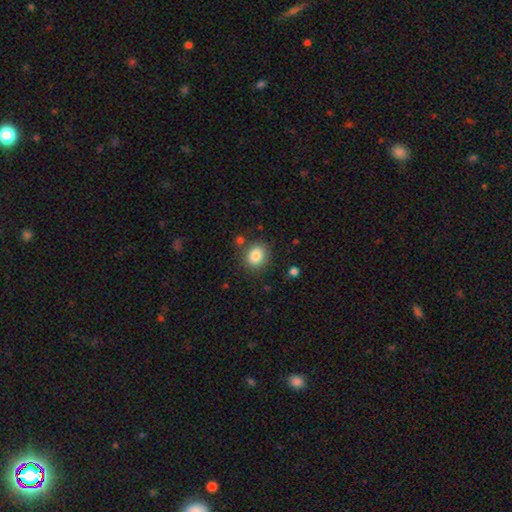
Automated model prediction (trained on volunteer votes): Q: Smooth or featured?
A: smooth (84%); runner-up: star or artifact (9%)
Q: How rounded?
A: round (64%); runner-up: in between (36%)
Q: Merging?
A: none (80%); runner-up: minor disturbance (11%)